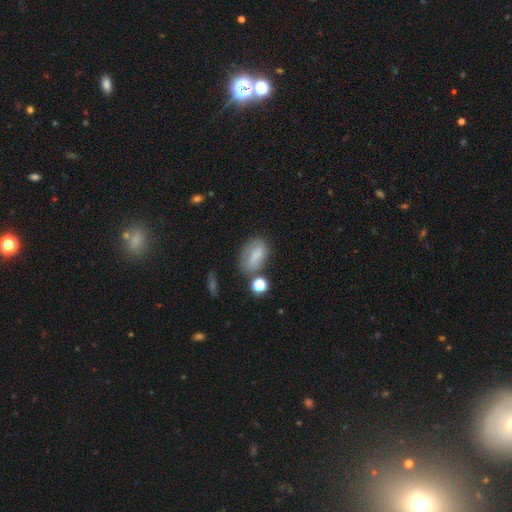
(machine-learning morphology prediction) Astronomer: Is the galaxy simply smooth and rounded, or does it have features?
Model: smooth — 71%.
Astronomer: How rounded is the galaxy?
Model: in between — 85%.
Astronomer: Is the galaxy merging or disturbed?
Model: none — 54%.